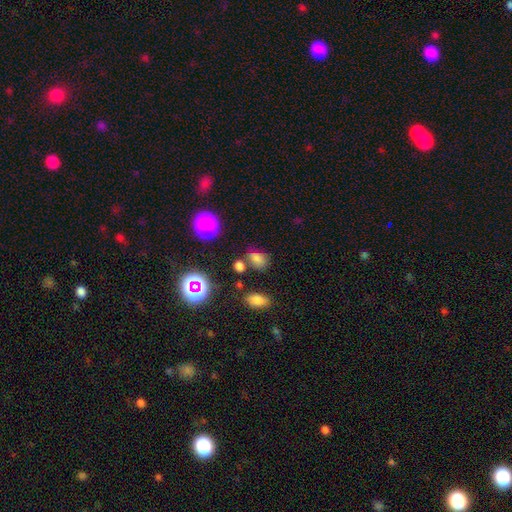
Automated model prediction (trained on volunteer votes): smooth 72%, star or artifact 21%, featured or disk 7%. Down the decision tree: how rounded — in between (65%); merging — none (65%).